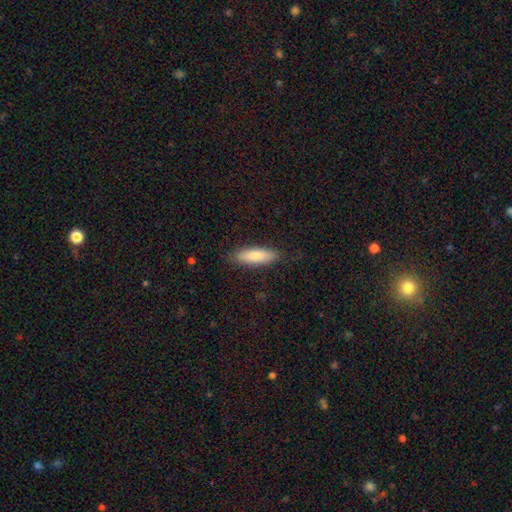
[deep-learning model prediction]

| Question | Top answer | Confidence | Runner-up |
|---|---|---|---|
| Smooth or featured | smooth | 81% | featured or disk (13%) |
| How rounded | in between | 50% | cigar-shaped (48%) |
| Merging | none | 84% | minor disturbance (12%) |